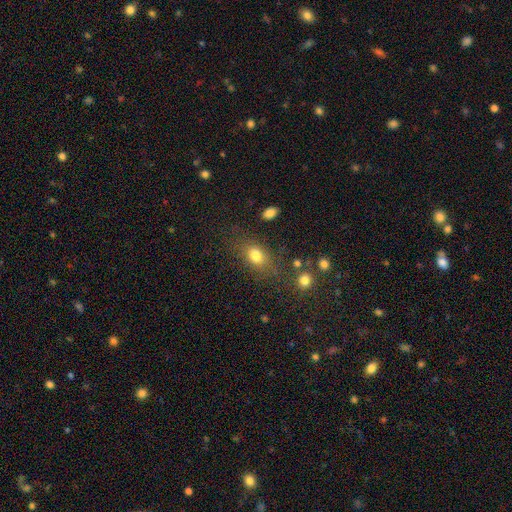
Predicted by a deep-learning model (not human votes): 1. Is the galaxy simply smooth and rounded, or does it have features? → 79% smooth, 12% star or artifact, 9% featured or disk.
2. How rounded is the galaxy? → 74% in between, 23% round, 2% cigar-shaped.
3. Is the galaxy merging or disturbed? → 71% none, 16% minor disturbance, 8% major disturbance, 5% merger.